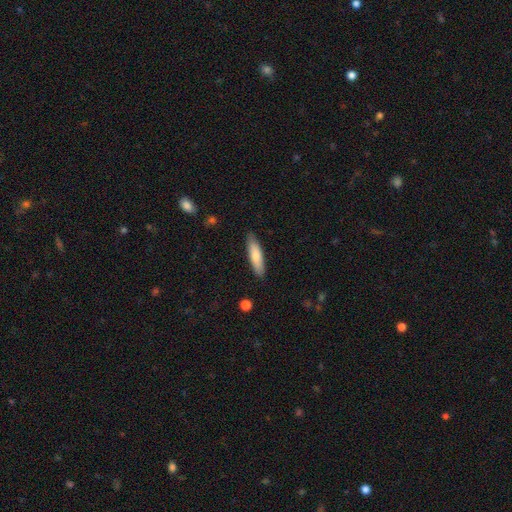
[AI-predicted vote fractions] This is likely a smooth galaxy (77%). How rounded: likely cigar-shaped (70%). Merging: clearly none (87%).